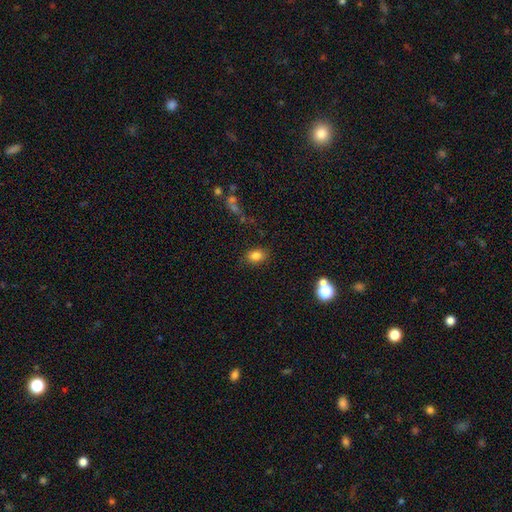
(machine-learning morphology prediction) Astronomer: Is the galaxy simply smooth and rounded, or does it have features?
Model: smooth — 82%.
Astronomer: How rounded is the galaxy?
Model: in between — 75%.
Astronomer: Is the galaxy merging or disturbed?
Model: none — 81%.